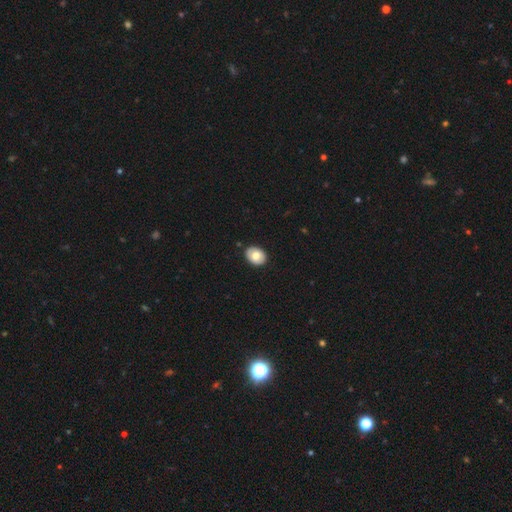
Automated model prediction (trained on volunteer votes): Morphology: type=smooth (71%); roundness=in between (62%); merging=none (88%).